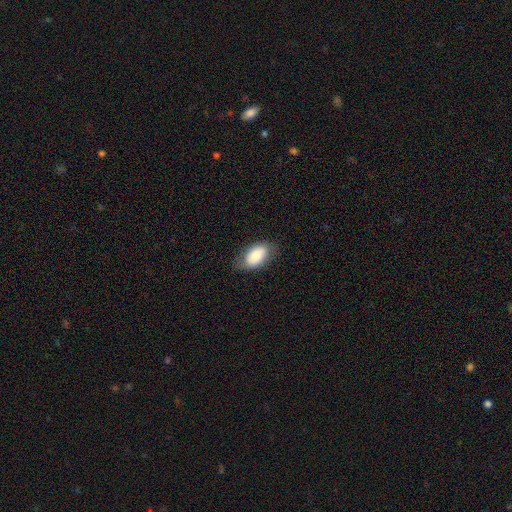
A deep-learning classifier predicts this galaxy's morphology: Smooth or featured?
  - smooth: 82% *
  - featured or disk: 11%
  - star or artifact: 7%
How rounded?
  - in between: 93% *
  - round: 5%
  - cigar-shaped: 2%
Merging?
  - none: 75% *
  - minor disturbance: 19%
  - major disturbance: 5%
  - merger: 1%